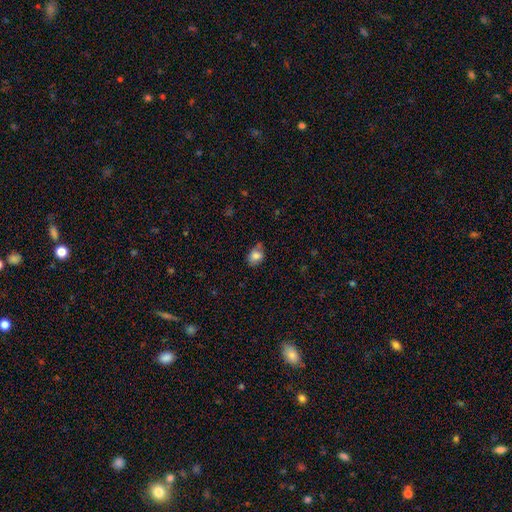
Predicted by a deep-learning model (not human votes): The model was most divided on "merging": none: 59%, minor disturbance: 30%, major disturbance: 6%, merger: 4%. More confident: smooth or featured — smooth (80%); how rounded — in between (66%).